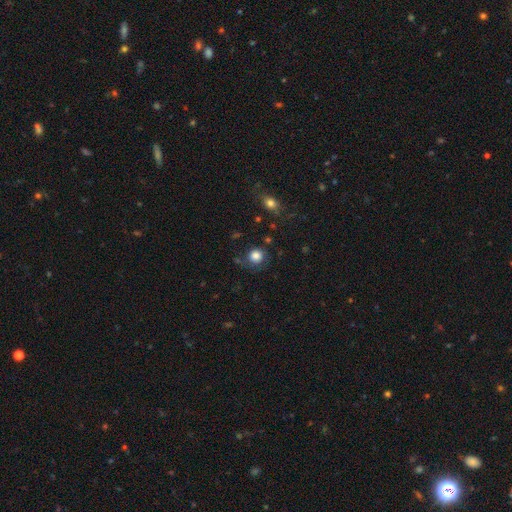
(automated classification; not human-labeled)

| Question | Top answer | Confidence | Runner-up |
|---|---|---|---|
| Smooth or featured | smooth | 82% | star or artifact (10%) |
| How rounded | round | 88% | in between (11%) |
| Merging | none | 71% | minor disturbance (17%) |